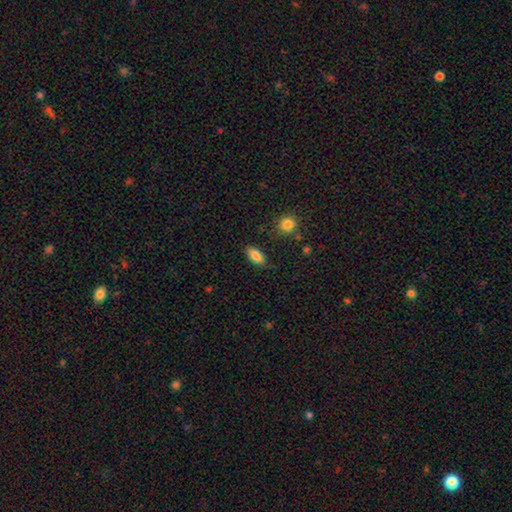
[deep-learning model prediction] smooth 86%, star or artifact 8%, featured or disk 7%. Down the decision tree: how rounded — in between (88%); merging — none (81%).